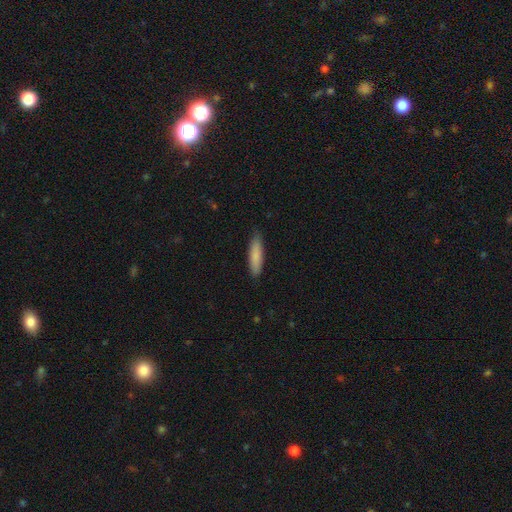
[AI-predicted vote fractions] Overall: smooth (83%). How rounded: cigar-shaped (72%). Merging: none (86%).